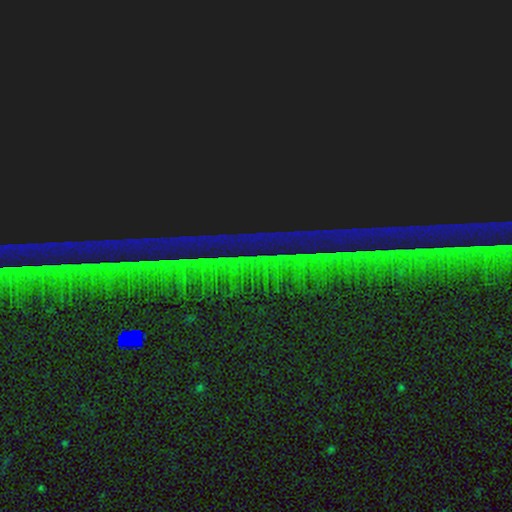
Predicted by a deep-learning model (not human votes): star or artifact 90%, featured or disk 5%, smooth 4%.